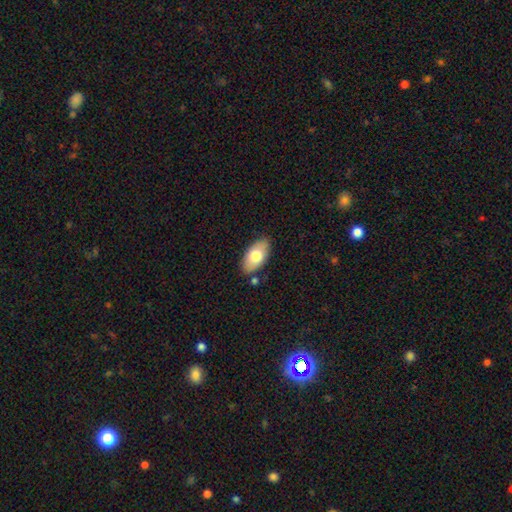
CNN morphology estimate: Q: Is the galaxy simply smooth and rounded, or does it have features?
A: smooth — 73%.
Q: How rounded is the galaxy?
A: in between — 94%.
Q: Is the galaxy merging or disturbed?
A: none — 82%.